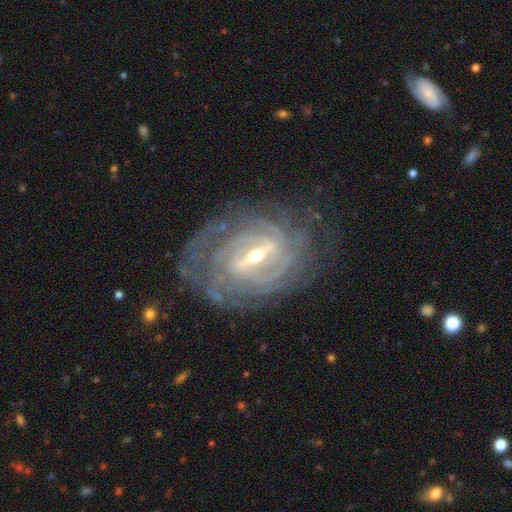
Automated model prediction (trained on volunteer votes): Smooth or featured?
  - featured or disk: 91% *
  - star or artifact: 5%
  - smooth: 4%
Edge-on disk?
  - no: 95% *
  - yes: 5%
Bar?
  - strong: 63% *
  - weak: 30%
  - no: 7%
Spiral arms?
  - yes: 97% *
  - no: 3%
Spiral winding?
  - tight: 78% *
  - medium: 19%
  - loose: 4%
Spiral arm count?
  - can't tell: 27% *
  - 4: 24%
  - 3: 18%
  - 2: 14%
  - more than 4: 11%
  - 1: 6%
Bulge size?
  - small: 50% *
  - moderate: 46%
  - large: 2%
  - none: 1%
  - dominant: 1%
Merging?
  - none: 77% *
  - minor disturbance: 15%
  - major disturbance: 7%
  - merger: 1%